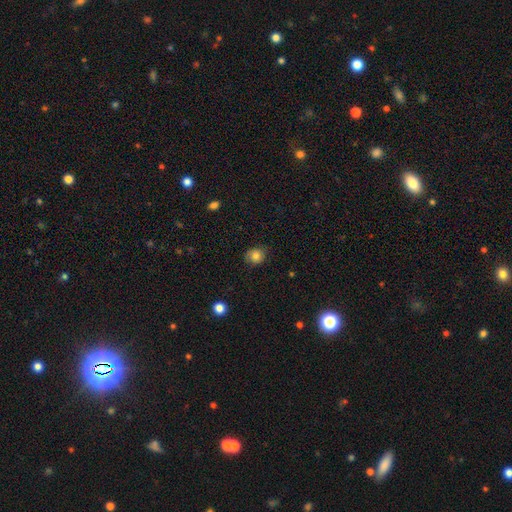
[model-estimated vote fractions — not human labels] Smooth or featured: smooth — 80% (star or artifact — 11%)
How rounded: round — 73% (in between — 26%)
Merging: none — 76% (minor disturbance — 19%)